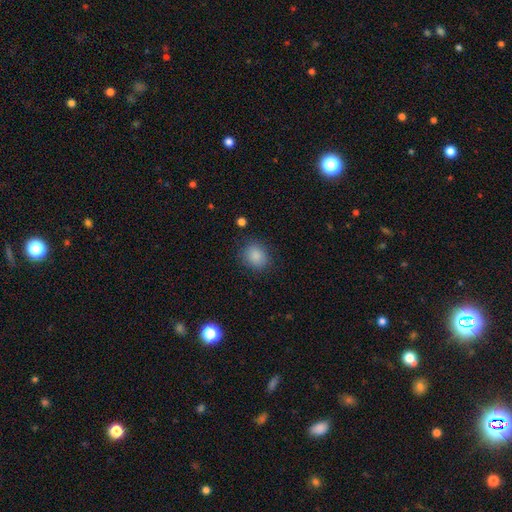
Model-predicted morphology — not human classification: Overall: smooth (87%). How rounded: round (68%; in between 31%). Merging: none (82%).